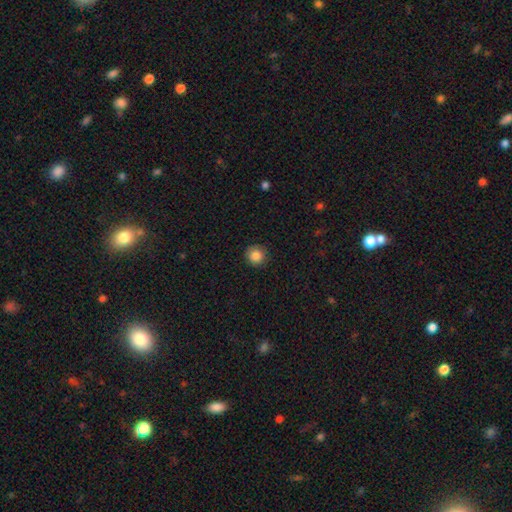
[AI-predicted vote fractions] This appears to be a smooth galaxy with no disk features (84%) that is round (94%). Merging: none (88%).